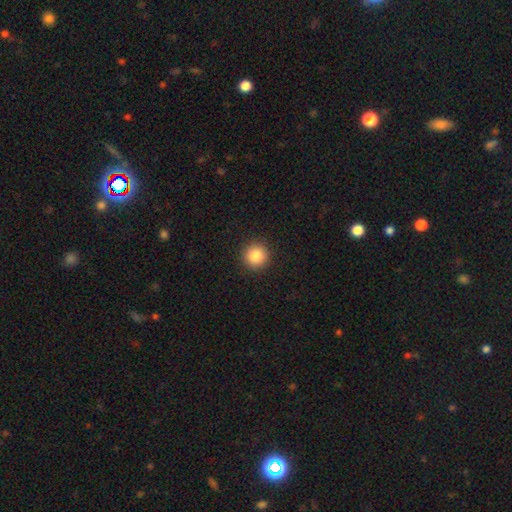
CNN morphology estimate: Smooth or featured?
  - smooth: 85% *
  - star or artifact: 10%
  - featured or disk: 5%
How rounded?
  - round: 95% *
  - in between: 4%
  - cigar-shaped: 1%
Merging?
  - none: 92% *
  - minor disturbance: 5%
  - major disturbance: 2%
  - merger: 1%